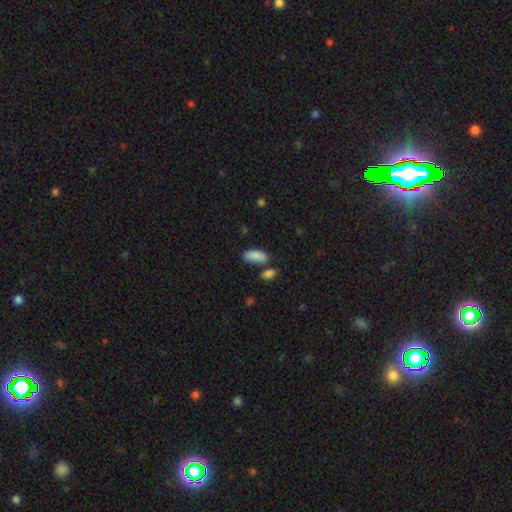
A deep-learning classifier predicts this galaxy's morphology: A smooth galaxy with no disk features (86%) that is in between round and cigar-shaped (87%).

Vote fractions:
- Smooth or featured? smooth: 86% / featured or disk: 8% / star or artifact: 7%
- How rounded? in between: 87% / cigar-shaped: 10% / round: 2%
- Merging? none: 66% / merger: 15% / minor disturbance: 15% / major disturbance: 4%